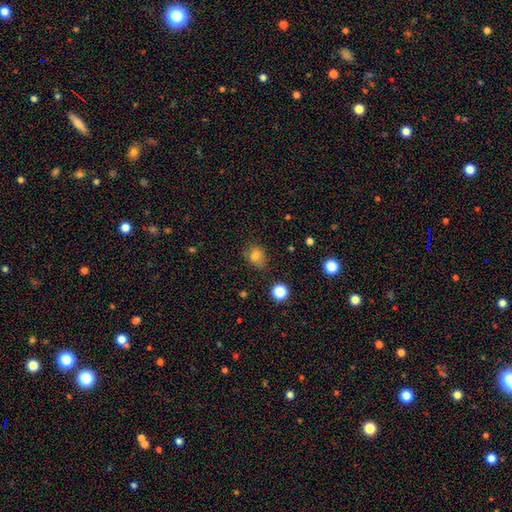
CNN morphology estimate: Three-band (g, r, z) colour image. It shows a smooth galaxy with no disk features (75%) that is round (52%). Merging: none (62%).